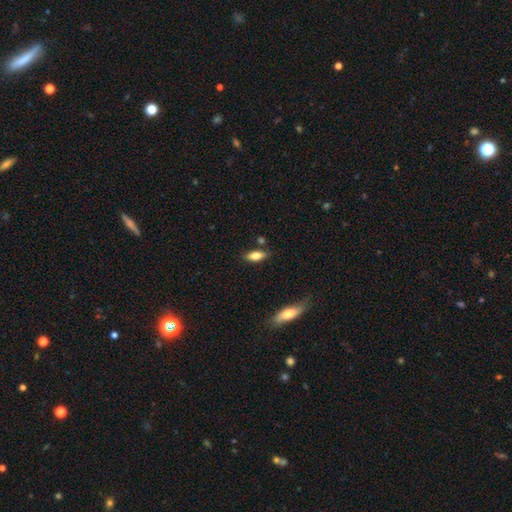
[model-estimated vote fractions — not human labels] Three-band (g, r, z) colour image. It shows a smooth galaxy with no disk features (80%) that is in between round and cigar-shaped (80%). Merging: none (78%).